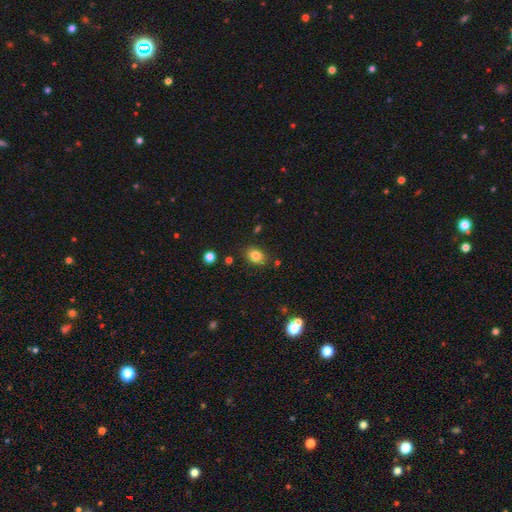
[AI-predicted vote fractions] Smooth or featured? smooth (82%)
How rounded? in between (70%)
Merging? none (84%)